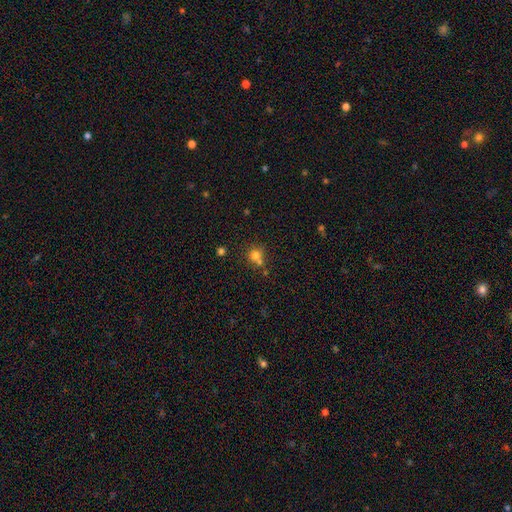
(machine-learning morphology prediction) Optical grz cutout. It shows a smooth galaxy with no disk features (74%) that is round (87%). Merging: none (52%).